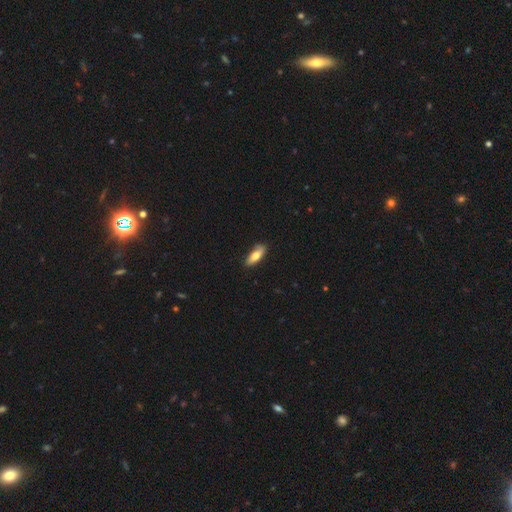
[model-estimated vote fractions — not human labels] A smooth galaxy with no disk features (73%) that is in between round and cigar-shaped (62%).

Vote fractions:
- Smooth or featured? smooth: 73% / featured or disk: 22% / star or artifact: 6%
- How rounded? in between: 62% / cigar-shaped: 36% / round: 2%
- Merging? none: 83% / minor disturbance: 14% / major disturbance: 2% / merger: 1%